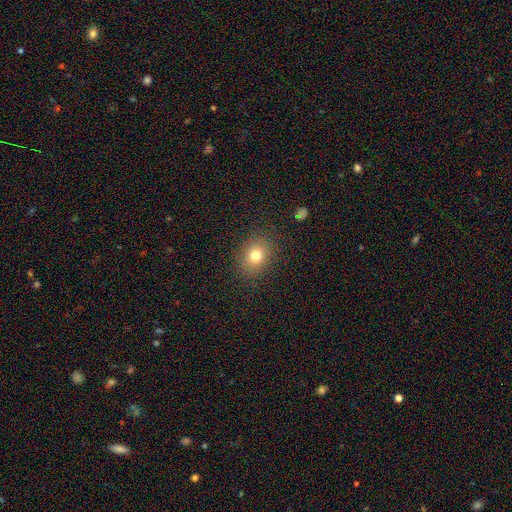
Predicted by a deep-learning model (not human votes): Smooth or featured? Predicted: smooth (p=0.78). How rounded? Predicted: round (p=0.56). Merging? Predicted: none (p=0.87).